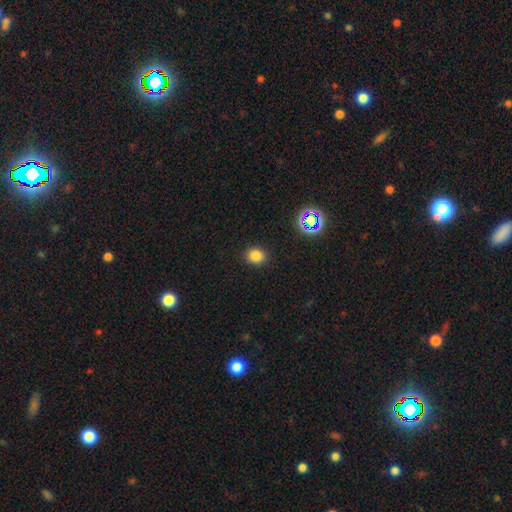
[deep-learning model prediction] A smooth galaxy with no disk features (81%) that is round (74%).

Vote fractions:
- Smooth or featured? smooth: 81% / star or artifact: 15% / featured or disk: 4%
- How rounded? round: 74% / in between: 25% / cigar-shaped: 1%
- Merging? none: 89% / minor disturbance: 7% / major disturbance: 2% / merger: 1%